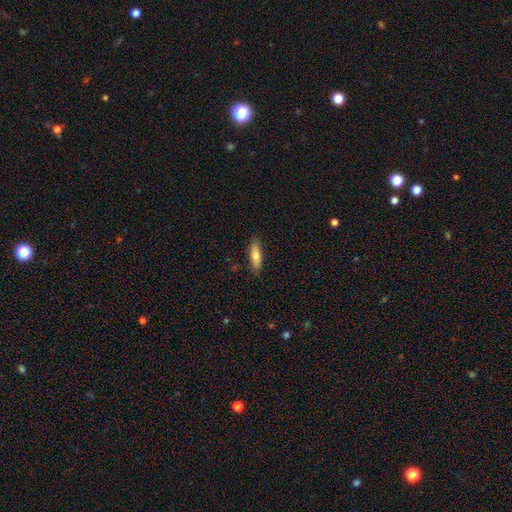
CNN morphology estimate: This is likely a smooth galaxy (75%). How rounded: possibly in between (50%). Merging: clearly none (85%).